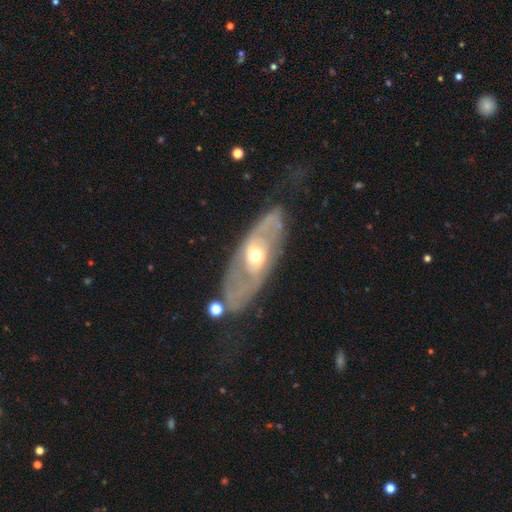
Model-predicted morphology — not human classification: Smooth or featured?
  - featured or disk: 74% *
  - smooth: 21%
  - star or artifact: 6%
Edge-on disk?
  - no: 84% *
  - yes: 16%
Bar?
  - no: 63% *
  - weak: 26%
  - strong: 11%
Spiral arms?
  - yes: 54% *
  - no: 46%
Bulge size?
  - moderate: 64% *
  - small: 29%
  - large: 5%
  - dominant: 1%
  - none: 1%
Merging?
  - none: 70% *
  - minor disturbance: 17%
  - major disturbance: 10%
  - merger: 4%